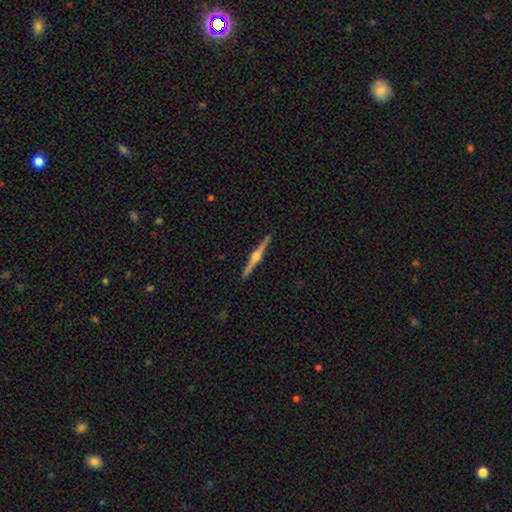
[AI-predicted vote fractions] This appears to be a featured or disk galaxy (85%) viewed edge-on (99%) with a rounded central bulge (94%). Merging: none (92%).